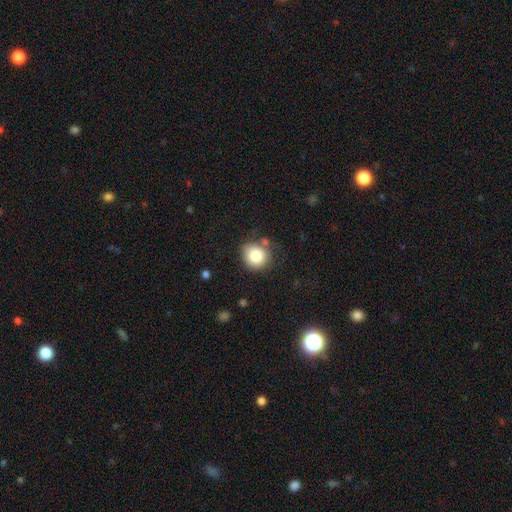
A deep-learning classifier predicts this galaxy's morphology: The model was most divided on "merging": none: 72%, minor disturbance: 17%, merger: 6%, major disturbance: 5%. More confident: smooth or featured — smooth (81%); how rounded — round (79%).